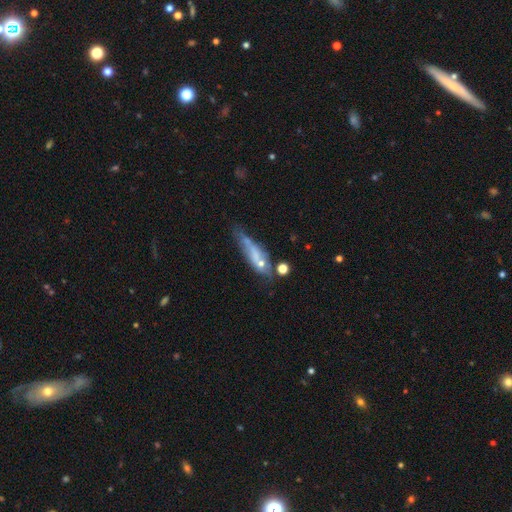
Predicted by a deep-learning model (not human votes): A featured or disk galaxy (46%). Merging: none (37%).